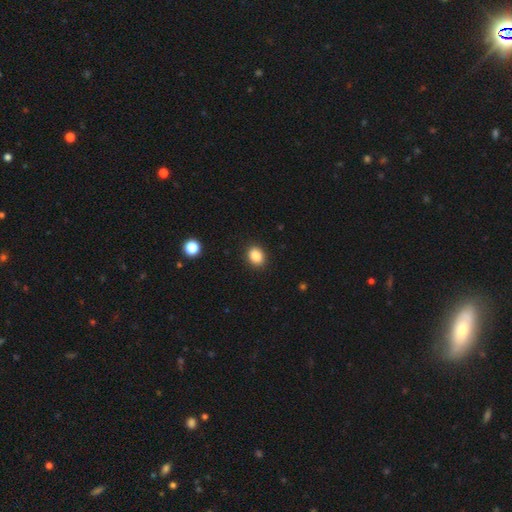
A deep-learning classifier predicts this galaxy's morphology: smooth_or_featured: smooth (p=0.87) [alt: star or artifact p=0.09]
how_rounded: in between (p=0.57) [alt: round p=0.42]
merging: none (p=0.90) [alt: minor disturbance p=0.07]